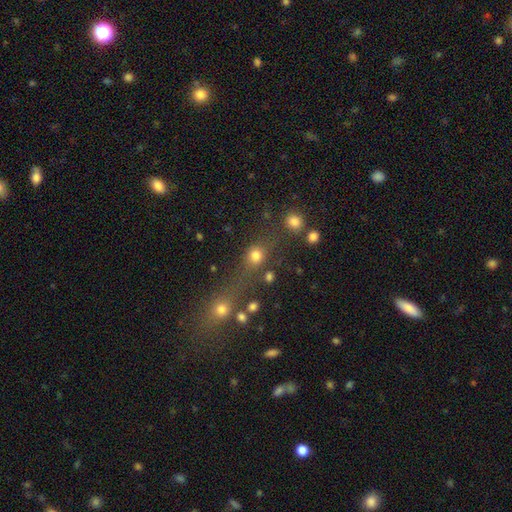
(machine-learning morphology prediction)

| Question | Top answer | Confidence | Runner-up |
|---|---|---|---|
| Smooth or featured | smooth | 77% | star or artifact (15%) |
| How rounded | round | 81% | in between (16%) |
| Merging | none | 56% | merger (24%) |